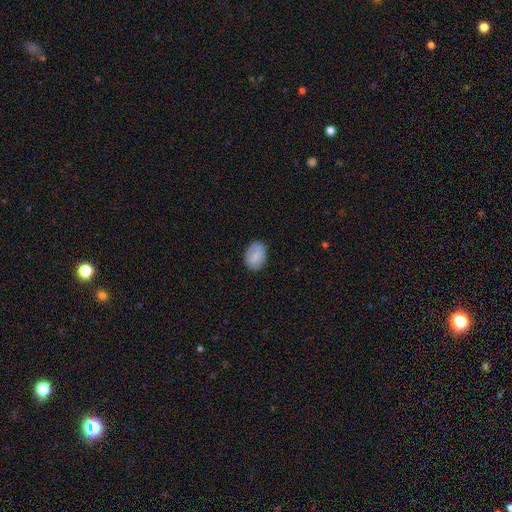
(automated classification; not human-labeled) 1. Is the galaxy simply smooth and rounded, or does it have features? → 80% smooth, 13% featured or disk, 7% star or artifact.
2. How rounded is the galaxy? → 73% in between, 25% round, 1% cigar-shaped.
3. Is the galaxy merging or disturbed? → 80% none, 16% minor disturbance, 3% major disturbance, 1% merger.